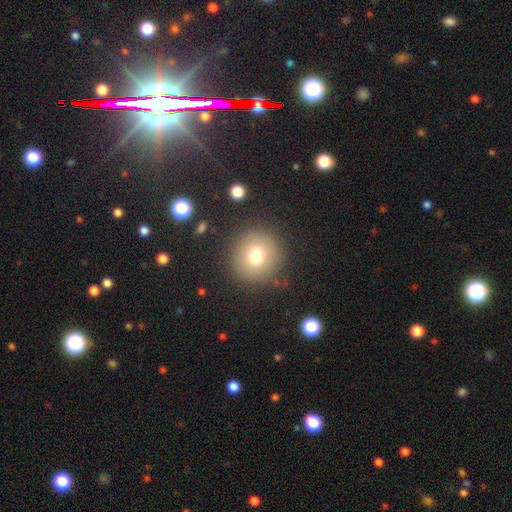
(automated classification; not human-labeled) Smooth or featured?
  - smooth: 74% *
  - featured or disk: 14%
  - star or artifact: 12%
How rounded?
  - round: 93% *
  - in between: 6%
  - cigar-shaped: 1%
Merging?
  - none: 85% *
  - minor disturbance: 9%
  - major disturbance: 4%
  - merger: 2%